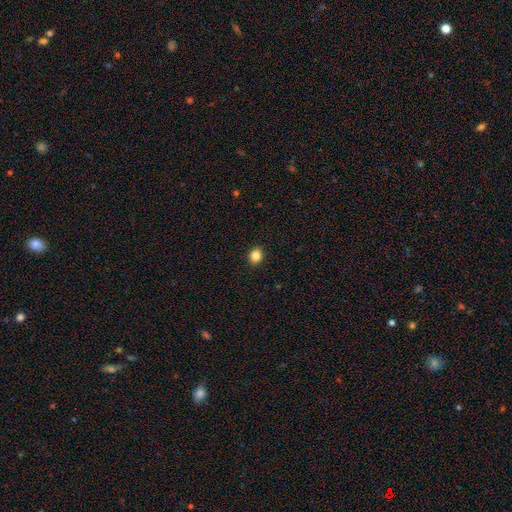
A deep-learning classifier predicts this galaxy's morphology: Overall: smooth (85%). How rounded: round (62%; in between 37%). Merging: none (92%).